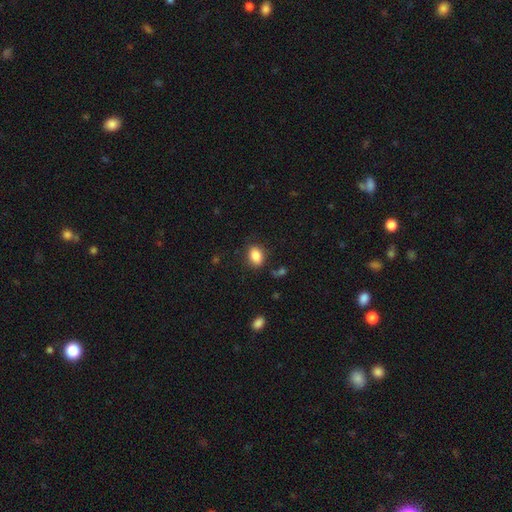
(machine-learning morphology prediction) smooth-or-featured: smooth: 87% | star or artifact: 9% | featured or disk: 5%
  how-rounded: in between: 79% | round: 19% | cigar-shaped: 2%
  merging: none: 81% | minor disturbance: 13% | major disturbance: 4% | merger: 2%